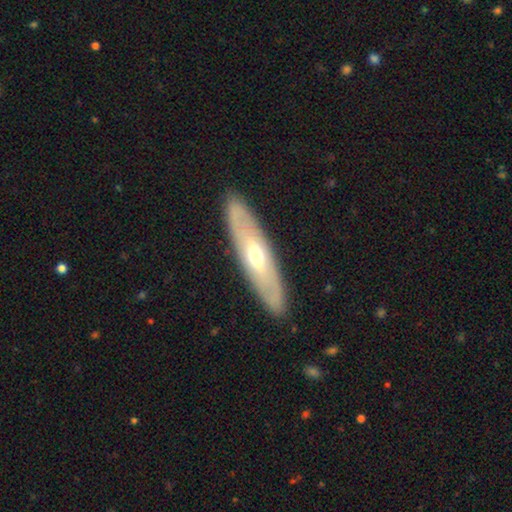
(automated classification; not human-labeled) The model was most divided on "edge-on disk": no: 57%, yes: 43%. More confident: merging — none (89%); smooth or featured — featured or disk (63%).